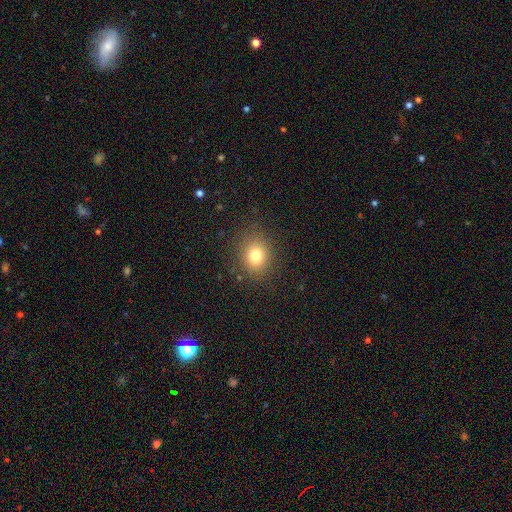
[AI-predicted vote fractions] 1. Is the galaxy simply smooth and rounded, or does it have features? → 78% smooth, 14% star or artifact, 8% featured or disk.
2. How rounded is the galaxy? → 63% round, 36% in between, 1% cigar-shaped.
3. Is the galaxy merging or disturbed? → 87% none, 9% minor disturbance, 3% major disturbance, 1% merger.